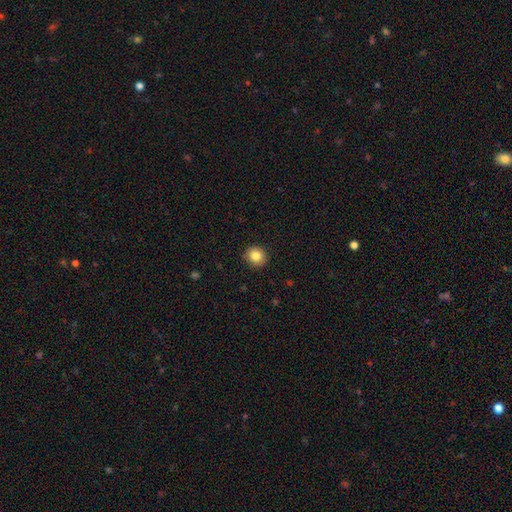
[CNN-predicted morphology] This appears to be a smooth galaxy with no disk features (85%) that is round (85%). Merging: none (90%).